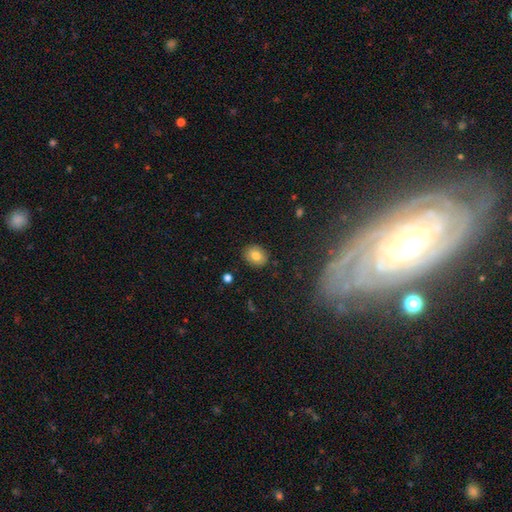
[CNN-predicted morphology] Smooth or featured? smooth (80%)
How rounded? in between (50%)
Merging? none (88%)